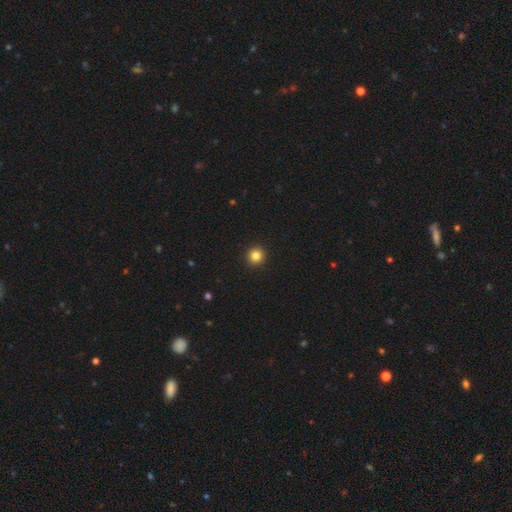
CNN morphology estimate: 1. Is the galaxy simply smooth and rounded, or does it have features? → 84% smooth, 11% star or artifact, 5% featured or disk.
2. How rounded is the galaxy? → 95% round, 4% in between, 1% cigar-shaped.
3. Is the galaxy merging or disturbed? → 94% none, 4% minor disturbance, 1% major disturbance, 1% merger.